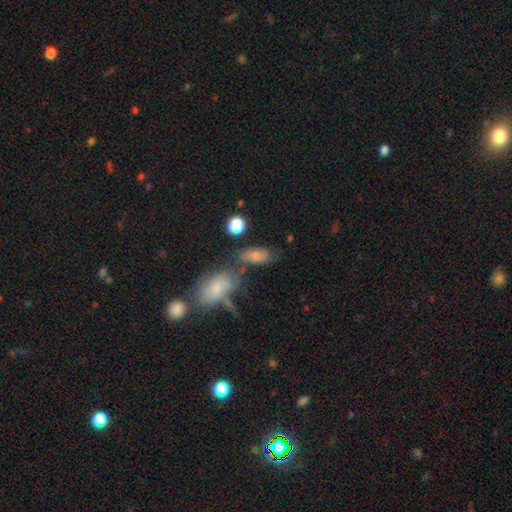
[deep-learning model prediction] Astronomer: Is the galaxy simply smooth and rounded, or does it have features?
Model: smooth — 69%.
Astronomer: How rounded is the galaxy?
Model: in between — 82%.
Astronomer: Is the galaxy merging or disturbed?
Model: none — 50%.